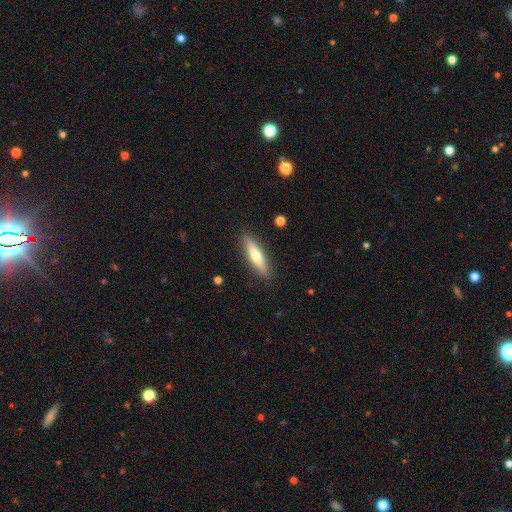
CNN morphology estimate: smooth_or_featured: smooth (p=0.56) [alt: featured or disk p=0.39]
how_rounded: cigar-shaped (p=0.77) [alt: in between p=0.21]
merging: none (p=0.89) [alt: minor disturbance p=0.08]